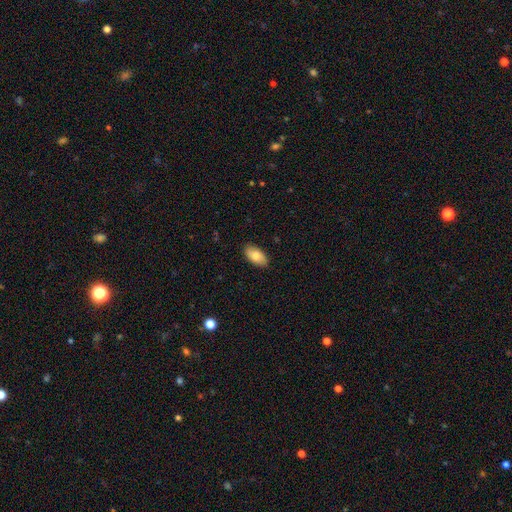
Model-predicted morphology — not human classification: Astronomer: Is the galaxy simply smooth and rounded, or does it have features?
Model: smooth — 82%.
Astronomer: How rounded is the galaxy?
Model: in between — 94%.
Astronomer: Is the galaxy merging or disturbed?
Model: none — 86%.